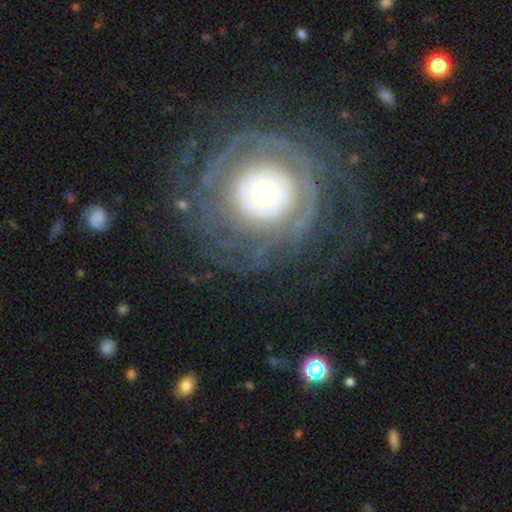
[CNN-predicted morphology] A featured or disk galaxy (75%) with no bar (85%), tight (71%) spiral arms (80%) and a small central bulge (53%).

Vote fractions:
- Smooth or featured? featured or disk: 75% / smooth: 17% / star or artifact: 8%
- Edge-on disk? no: 96% / yes: 4%
- Bar? no: 85% / weak: 10% / strong: 5%
- Spiral arms? yes: 80% / no: 20%
- Spiral winding? tight: 71% / medium: 18% / loose: 11%
- Spiral arm count? can't tell: 47% / 2: 14% / more than 4: 12% / 3: 10% / 4: 9% / 1: 8%
- Bulge size? small: 53% / moderate: 21% / large: 17% / dominant: 6% / none: 2%
- Merging? none: 68% / major disturbance: 16% / minor disturbance: 14% / merger: 2%